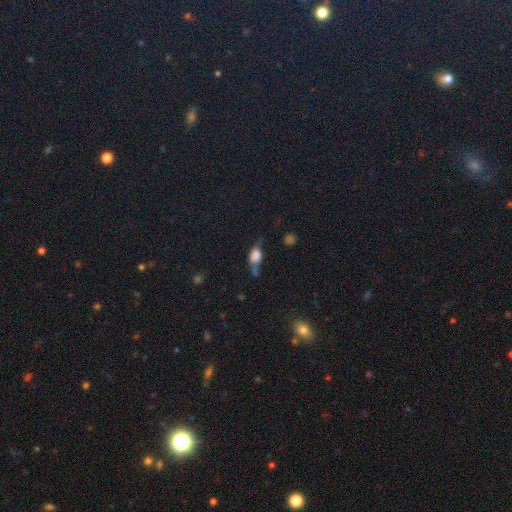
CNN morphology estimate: type=smooth (70%); roundness=in between (72%); merging=none (38%).